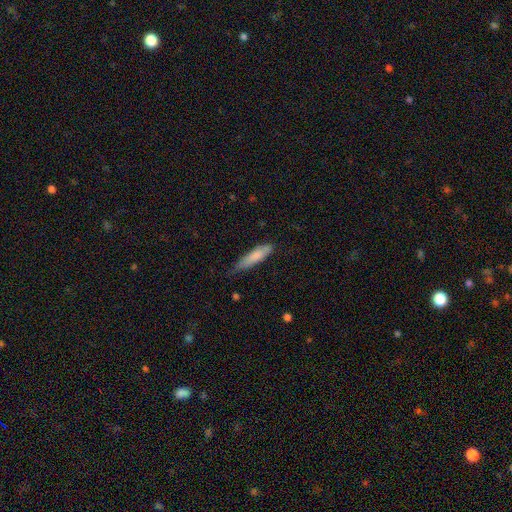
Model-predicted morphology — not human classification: The model was most divided on "merging": none: 58%, minor disturbance: 34%, major disturbance: 7%, merger: 2%. More confident: smooth or featured — smooth (79%); how rounded — cigar-shaped (74%).